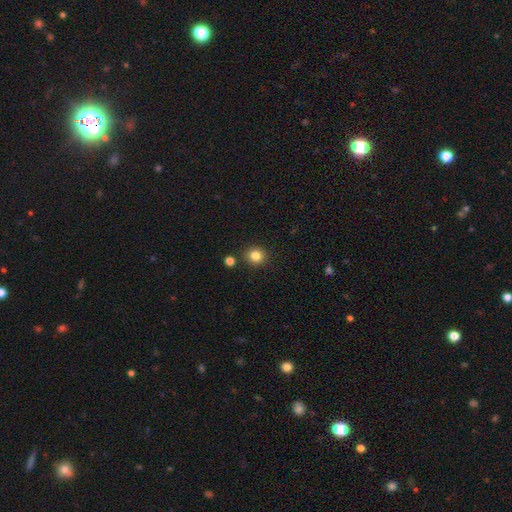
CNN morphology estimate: Q: Smooth or featured?
A: smooth (83%); runner-up: star or artifact (12%)
Q: How rounded?
A: round (88%); runner-up: in between (11%)
Q: Merging?
A: none (88%); runner-up: minor disturbance (6%)